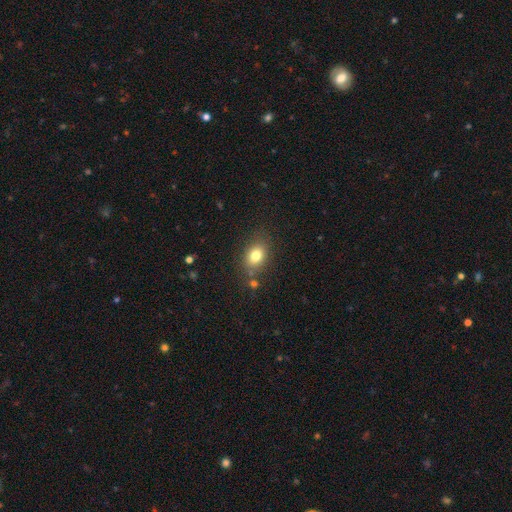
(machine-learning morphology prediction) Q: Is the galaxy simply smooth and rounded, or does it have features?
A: smooth — 79%.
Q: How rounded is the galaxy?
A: in between — 66%.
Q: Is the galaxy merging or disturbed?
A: none — 76%.